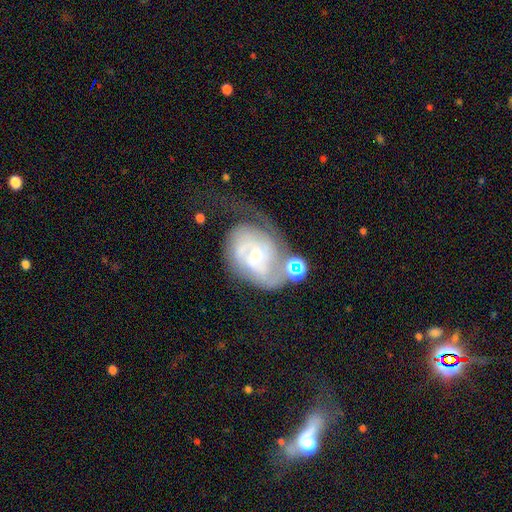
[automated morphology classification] A featured or disk galaxy (81%) with no bar (65%), 2 (40%) tight (54%) spiral arms (92%) and a small central bulge (66%). Merging: none (34%).